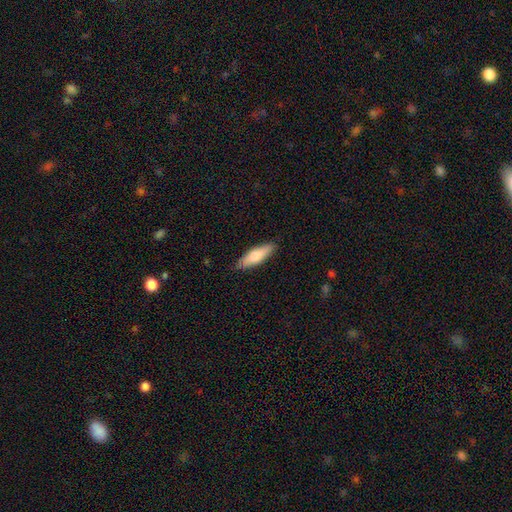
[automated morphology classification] Smooth or featured? Predicted: smooth (p=0.73). How rounded? Predicted: cigar-shaped (p=0.54). Merging? Predicted: none (p=0.86).